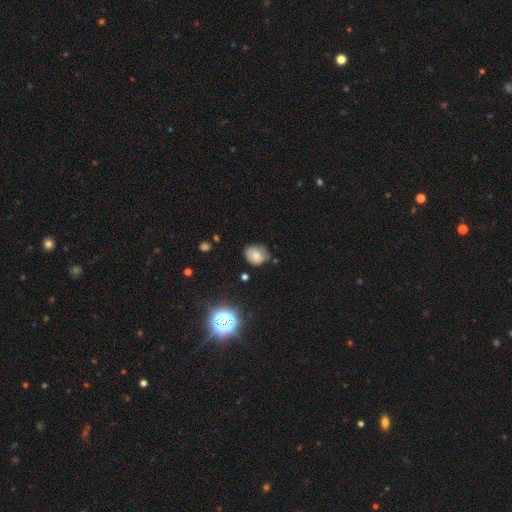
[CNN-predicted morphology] This appears to be a smooth galaxy with no disk features (65%) that is round (67%). Merging: none (64%).